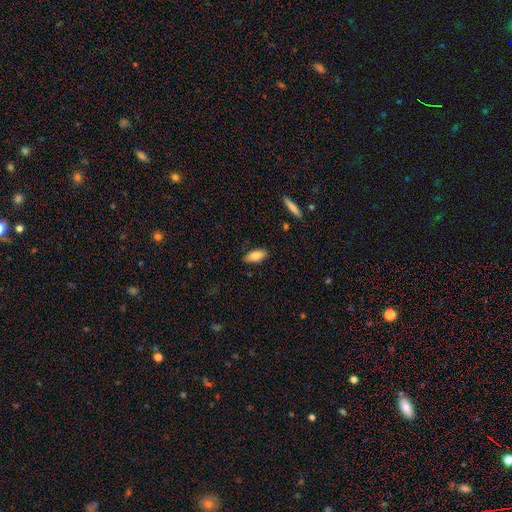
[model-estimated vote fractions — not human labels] A smooth galaxy with no disk features (81%) that is in between round and cigar-shaped (85%). Merging: none (85%).